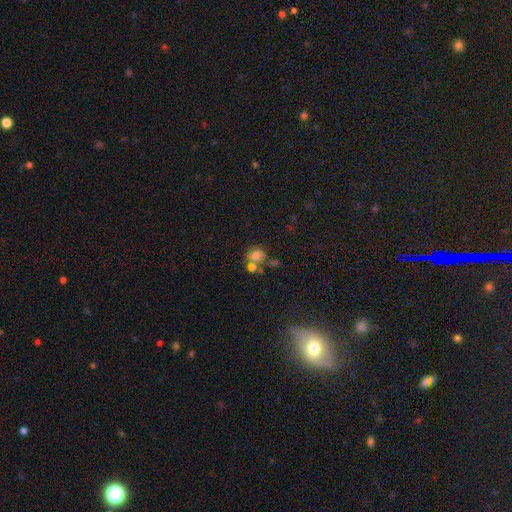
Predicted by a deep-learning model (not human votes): Smooth or featured? smooth (64%)
How rounded? round (57%)
Merging? merger (42%)